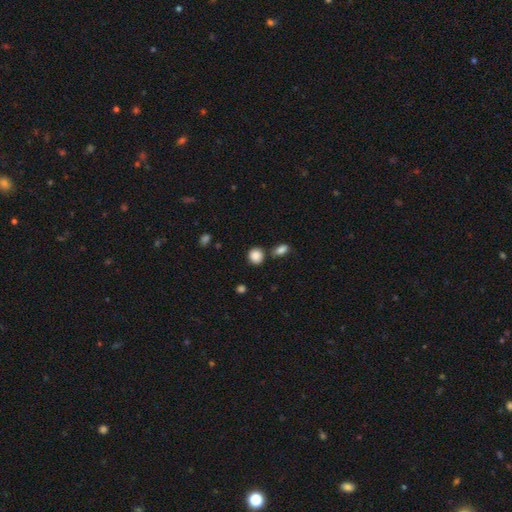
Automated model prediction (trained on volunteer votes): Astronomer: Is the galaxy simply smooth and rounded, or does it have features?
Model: smooth — 87%.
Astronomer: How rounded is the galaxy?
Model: round — 80%.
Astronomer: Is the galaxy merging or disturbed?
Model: none — 74%.